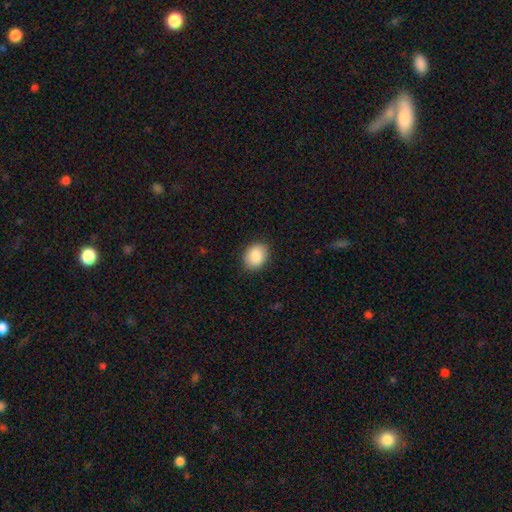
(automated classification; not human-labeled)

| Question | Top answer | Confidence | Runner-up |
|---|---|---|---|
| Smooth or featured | smooth | 88% | star or artifact (7%) |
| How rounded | in between | 60% | round (39%) |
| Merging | none | 88% | minor disturbance (9%) |